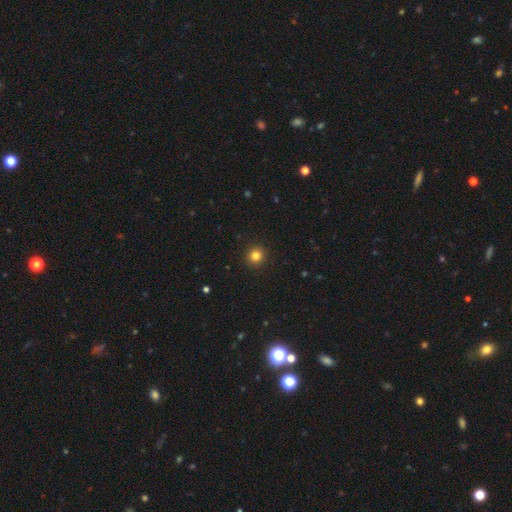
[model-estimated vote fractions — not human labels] Smooth or featured? smooth (83%)
How rounded? round (94%)
Merging? none (93%)